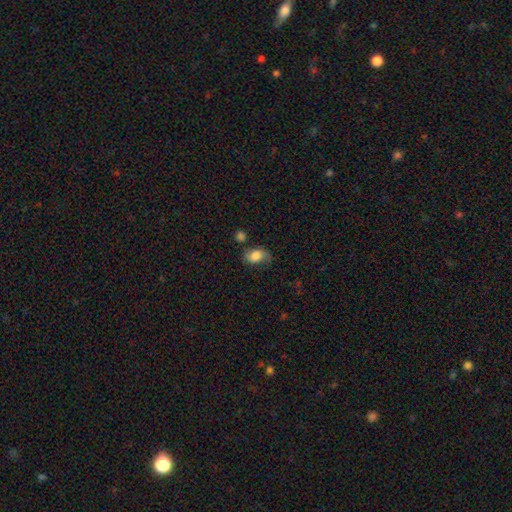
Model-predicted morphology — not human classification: smooth_or_featured: smooth (p=0.73) [alt: featured or disk p=0.18]
how_rounded: in between (p=0.81) [alt: round p=0.18]
merging: none (p=0.49) [alt: minor disturbance p=0.31]